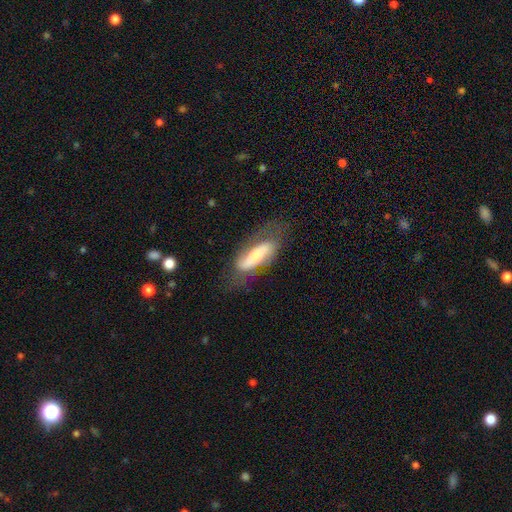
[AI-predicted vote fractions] smooth-or-featured: featured or disk: 55% | smooth: 39% | star or artifact: 6%
  disk-edge-on: no: 74% | yes: 26%
  merging: none: 63% | minor disturbance: 22% | major disturbance: 12% | merger: 2%